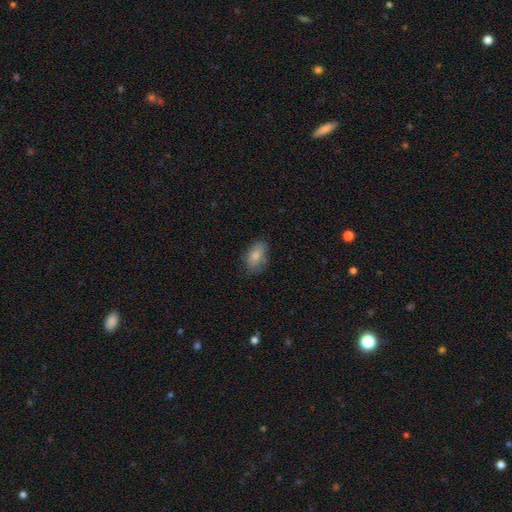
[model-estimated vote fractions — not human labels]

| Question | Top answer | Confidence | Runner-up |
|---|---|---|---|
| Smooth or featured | smooth | 81% | featured or disk (12%) |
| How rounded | in between | 89% | round (8%) |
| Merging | none | 73% | minor disturbance (21%) |